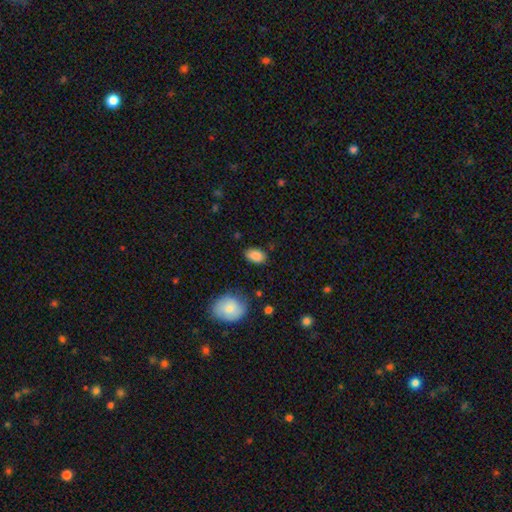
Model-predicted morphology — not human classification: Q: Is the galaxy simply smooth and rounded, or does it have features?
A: smooth — 88%.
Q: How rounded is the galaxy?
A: in between — 90%.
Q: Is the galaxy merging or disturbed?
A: none — 82%.